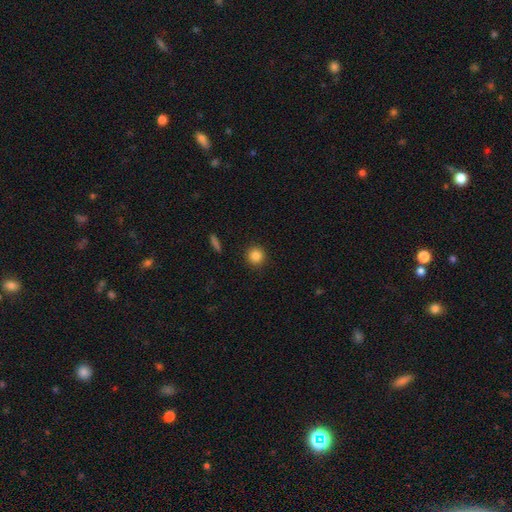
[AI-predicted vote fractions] This appears to be a smooth galaxy with no disk features (85%) that is round (94%). Merging: none (92%).